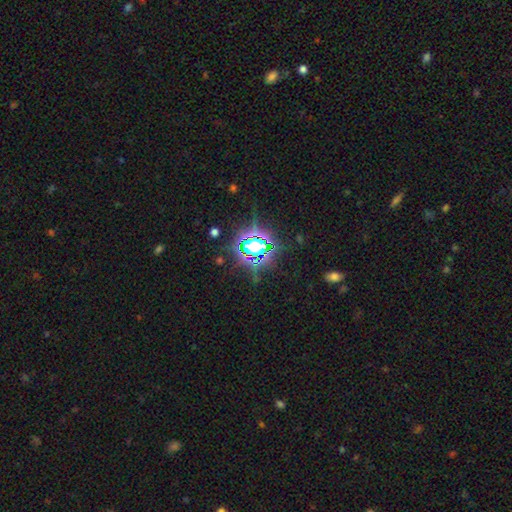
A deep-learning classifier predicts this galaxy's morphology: smooth_or_featured: star or artifact (p=0.80) [alt: smooth p=0.12]